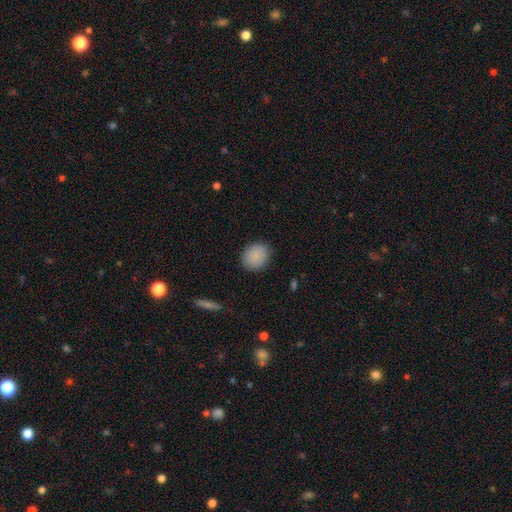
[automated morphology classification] Overall: smooth (88%). How rounded: round (54%; in between 45%). Merging: none (86%).